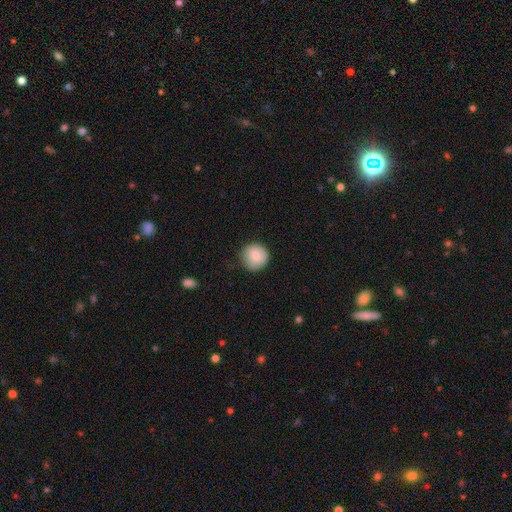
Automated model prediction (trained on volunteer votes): This is clearly a smooth galaxy (81%). How rounded: clearly round (94%). Merging: clearly none (81%).